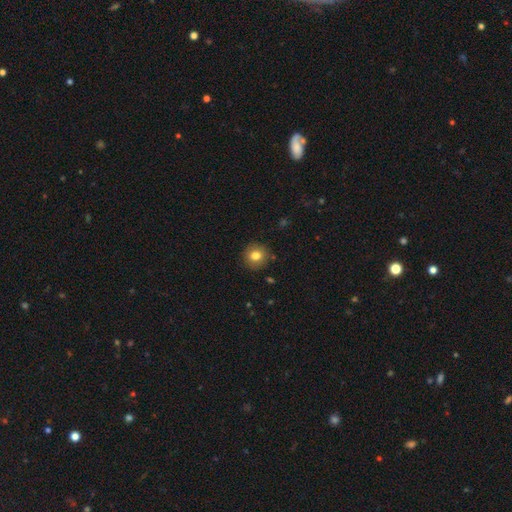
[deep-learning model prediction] This is clearly a smooth galaxy (80%). How rounded: clearly round (89%). Merging: clearly none (89%).